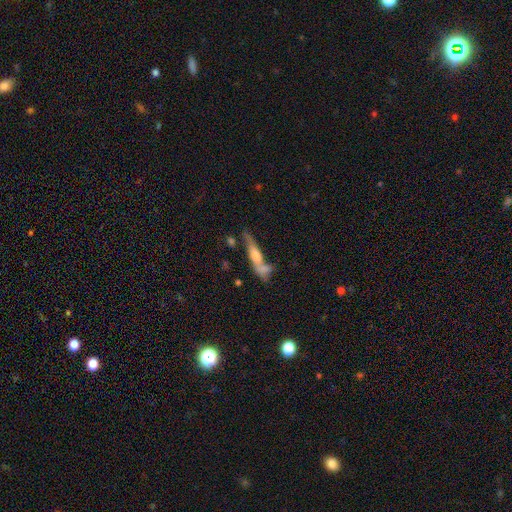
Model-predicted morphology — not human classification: smooth-or-featured: smooth: 48% | featured or disk: 43% | star or artifact: 8%
  merging: none: 39% | merger: 35% | minor disturbance: 16% | major disturbance: 10%